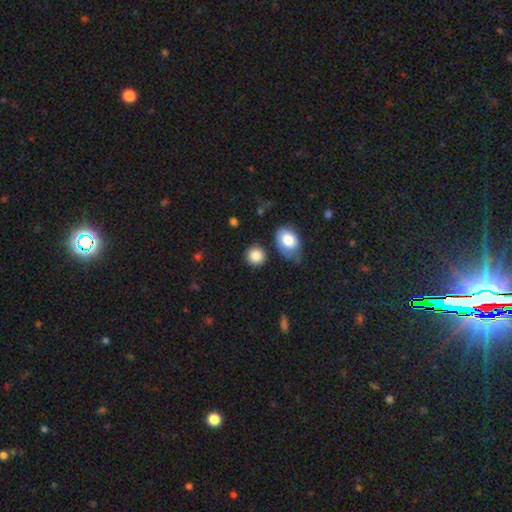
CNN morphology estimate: This appears to be a smooth galaxy with no disk features (85%) that is round (85%). Merging: none (78%).